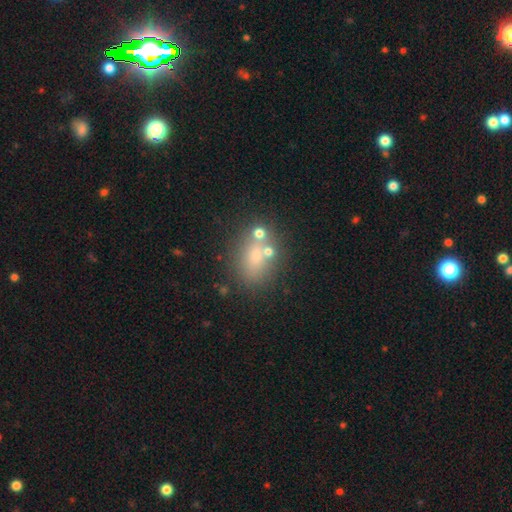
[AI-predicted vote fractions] This is likely a smooth galaxy (63%). How rounded: likely in between (62%). Merging: possibly none (59%).